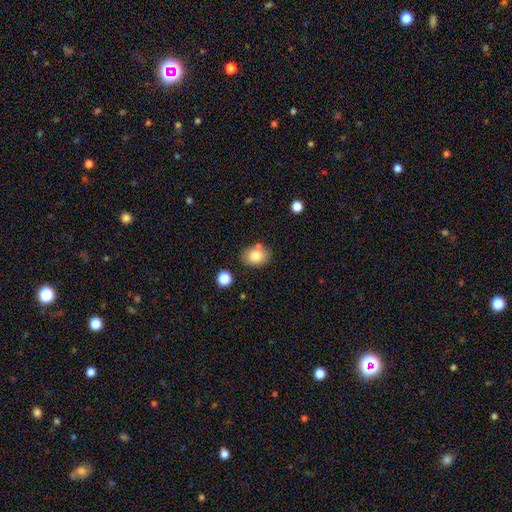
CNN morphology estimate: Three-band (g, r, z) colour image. It shows a smooth galaxy with no disk features (82%) that is in between round and cigar-shaped (56%). Merging: none (76%).